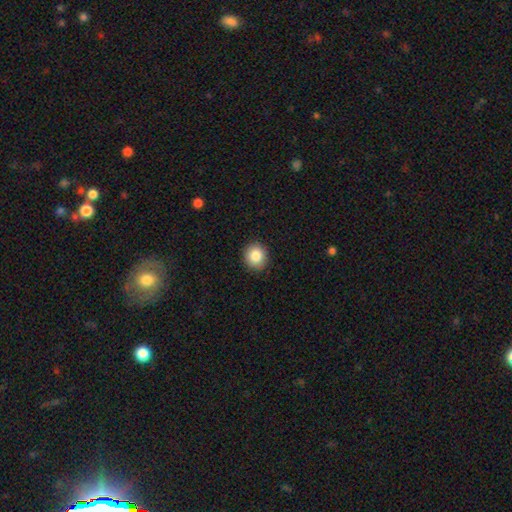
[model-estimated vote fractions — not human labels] Q: Smooth or featured?
A: smooth (85%); runner-up: star or artifact (9%)
Q: How rounded?
A: round (86%); runner-up: in between (13%)
Q: Merging?
A: none (91%); runner-up: minor disturbance (6%)